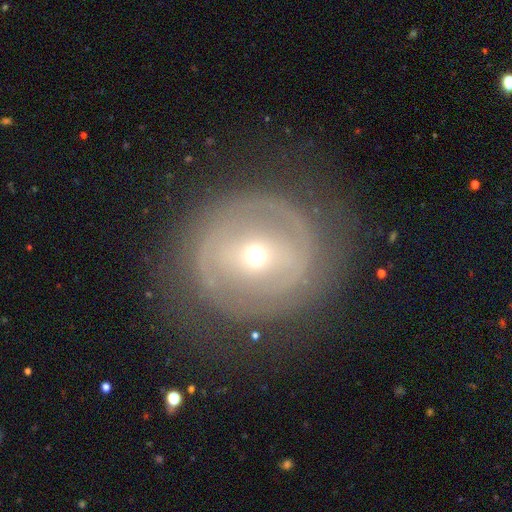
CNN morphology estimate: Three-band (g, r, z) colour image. It shows a featured or disk galaxy (70%) with no bar (40%), spiral arms (56%) and a moderate central bulge (50%). Merging: none (73%).